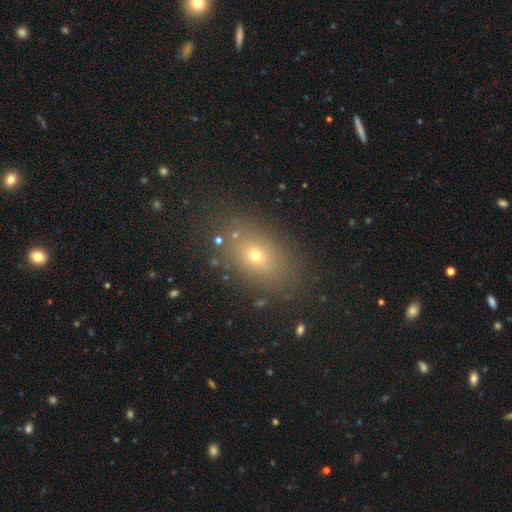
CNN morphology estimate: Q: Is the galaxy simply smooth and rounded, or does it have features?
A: smooth — 63%.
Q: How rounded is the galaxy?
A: in between — 72%.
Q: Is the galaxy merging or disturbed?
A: none — 83%.